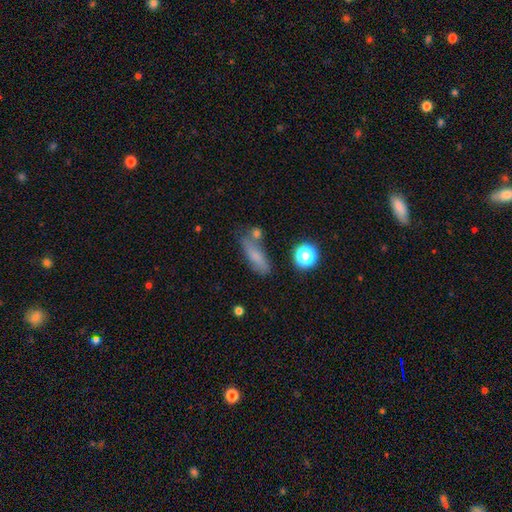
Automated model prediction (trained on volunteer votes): Smooth or featured? smooth (68%)
How rounded? in between (47%)
Merging? none (63%)